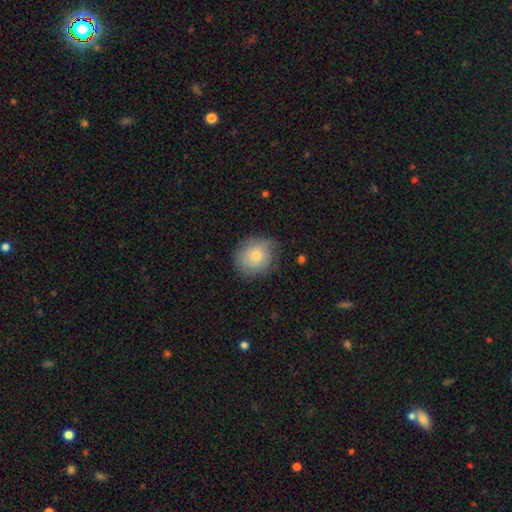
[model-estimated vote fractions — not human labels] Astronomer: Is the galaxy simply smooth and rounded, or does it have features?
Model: smooth — 68%.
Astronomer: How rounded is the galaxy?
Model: round — 77%.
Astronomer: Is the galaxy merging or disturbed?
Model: none — 71%.